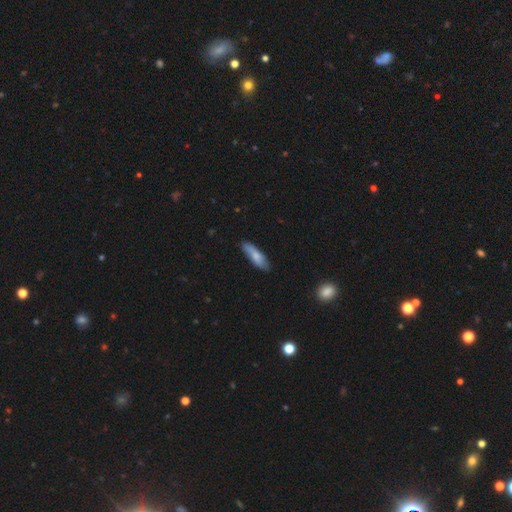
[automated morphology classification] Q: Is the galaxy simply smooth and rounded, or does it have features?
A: smooth — 72%.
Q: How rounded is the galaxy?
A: cigar-shaped — 56%.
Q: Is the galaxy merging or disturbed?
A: none — 78%.